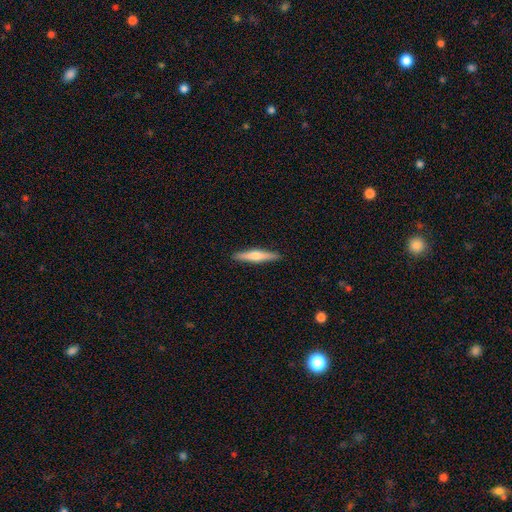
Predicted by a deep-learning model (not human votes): A smooth galaxy with no disk features (47%, tied with featured or disk).

Vote fractions:
- Smooth or featured? smooth: 47% (tied) / featured or disk: 47% (tied) / star or artifact: 6%
- Merging? none: 91% / minor disturbance: 6% / major disturbance: 1% / merger: 1%